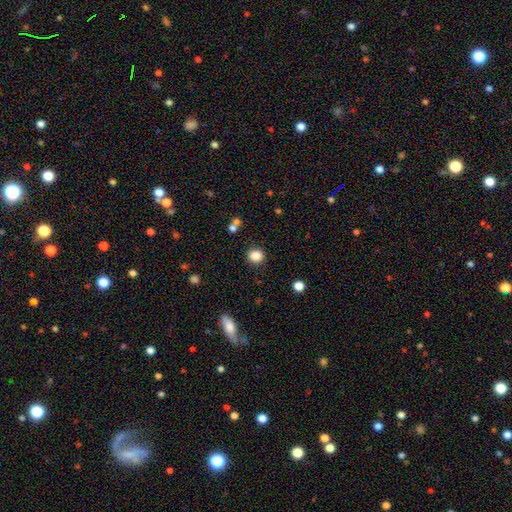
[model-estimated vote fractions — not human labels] smooth_or_featured: smooth (p=0.85) [alt: star or artifact p=0.10]
how_rounded: round (p=0.83) [alt: in between p=0.16]
merging: none (p=0.88) [alt: minor disturbance p=0.07]